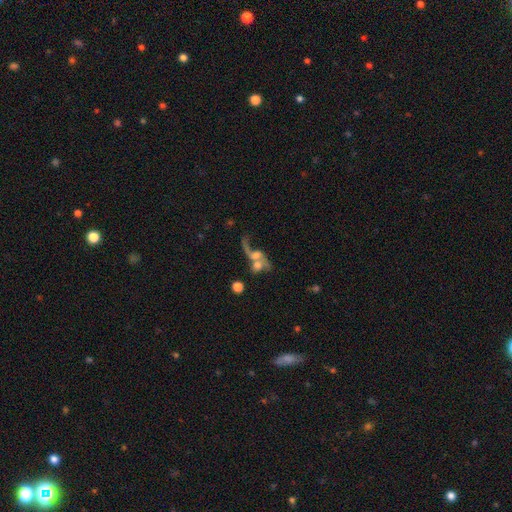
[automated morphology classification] Q: Smooth or featured?
A: featured or disk (56%); runner-up: smooth (30%)
Q: Edge-on disk?
A: no (91%); runner-up: yes (9%)
Q: Bar?
A: no (70%); runner-up: weak (23%)
Q: Spiral arms?
A: yes (60%); runner-up: no (40%)
Q: Bulge size?
A: moderate (34%); runner-up: none (25%)
Q: Merging?
A: merger (55%); runner-up: major disturbance (19%)